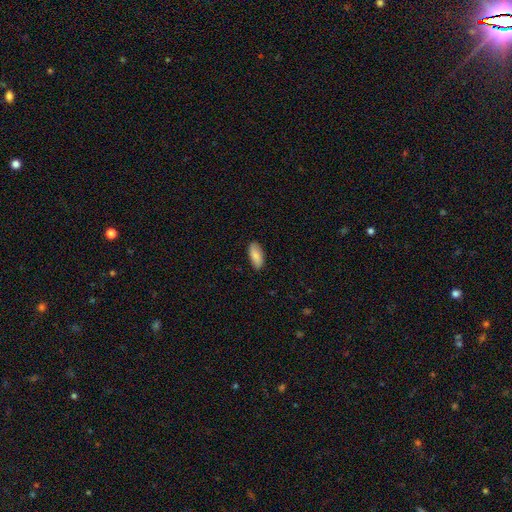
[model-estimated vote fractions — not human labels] Morphology: type=smooth (86%); roundness=in between (86%); merging=none (87%).